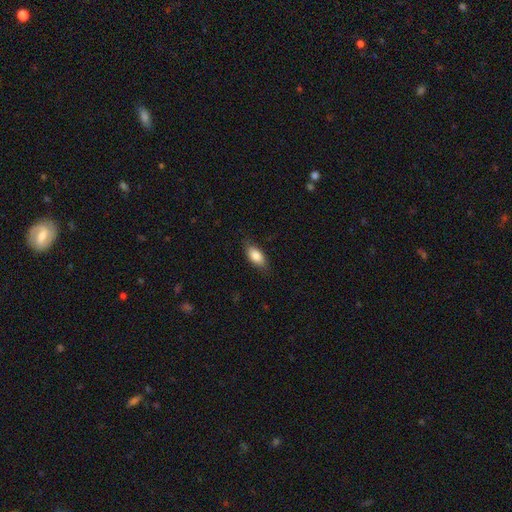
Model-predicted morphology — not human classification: Smooth or featured? Predicted: smooth (p=0.84). How rounded? Predicted: in between (p=0.88). Merging? Predicted: none (p=0.81).